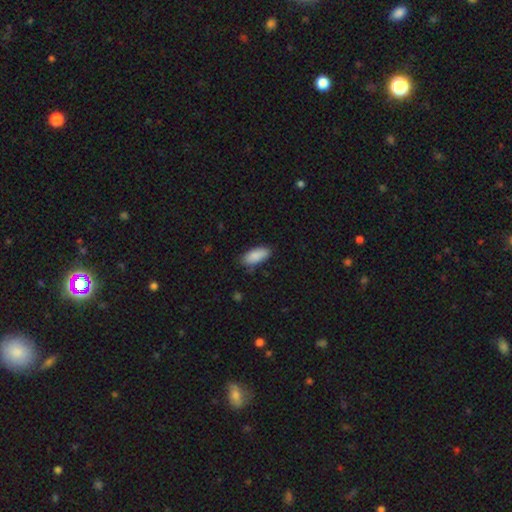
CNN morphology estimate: A smooth galaxy with no disk features (89%) that is in between round and cigar-shaped (87%). Merging: none (79%).